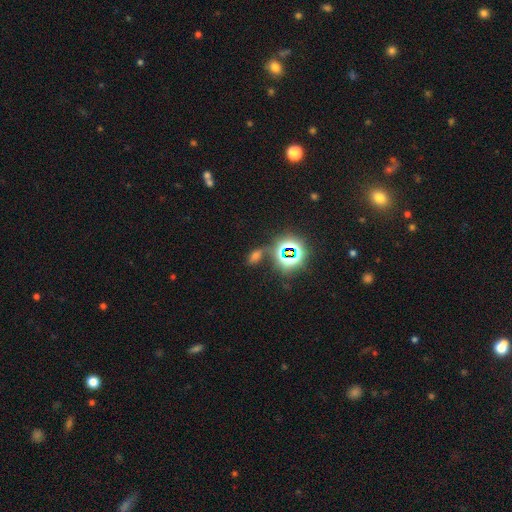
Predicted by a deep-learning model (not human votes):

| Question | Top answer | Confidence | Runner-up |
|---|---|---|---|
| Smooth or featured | star or artifact | 48% | smooth (42%) |